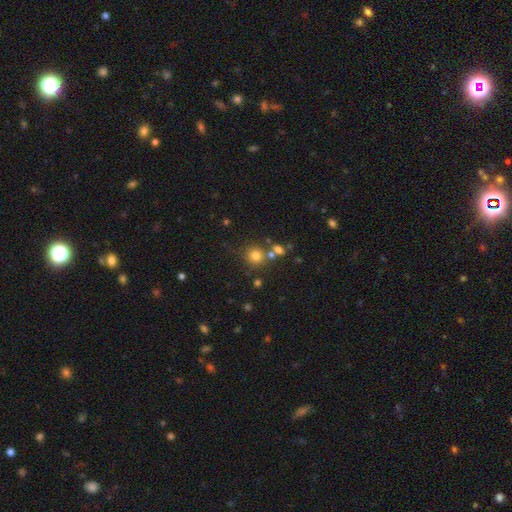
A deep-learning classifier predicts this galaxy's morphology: Smooth or featured? Predicted: smooth (p=0.76). How rounded? Predicted: round (p=0.89). Merging? Predicted: none (p=0.69).